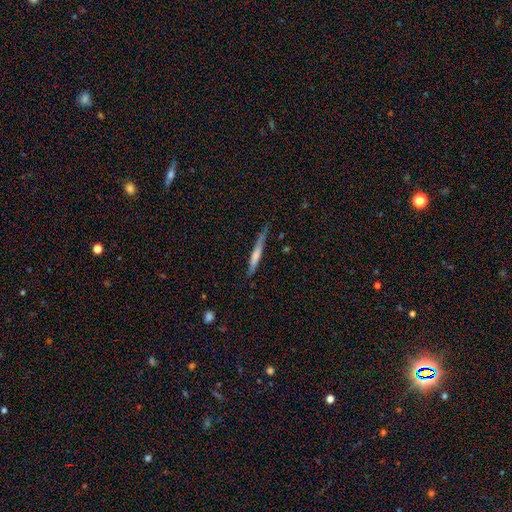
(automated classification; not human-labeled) A smooth galaxy with no disk features (59%) that is cigar-shaped (94%).

Vote fractions:
- Smooth or featured? smooth: 59% / featured or disk: 36% / star or artifact: 6%
- How rounded? cigar-shaped: 94% / in between: 5% / round: 1%
- Merging? none: 69% / minor disturbance: 24% / major disturbance: 5% / merger: 2%